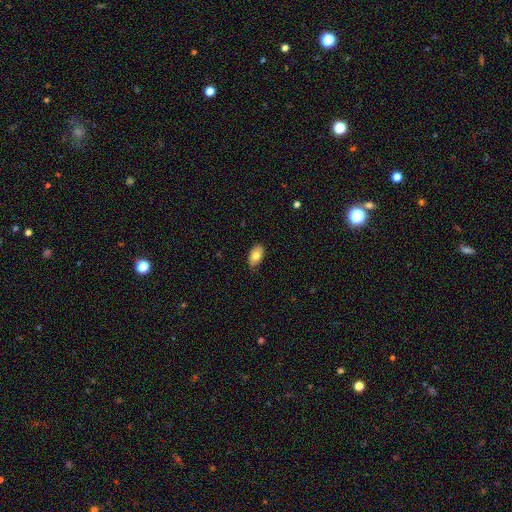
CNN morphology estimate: smooth-or-featured: smooth: 78% | featured or disk: 15% | star or artifact: 7%
  how-rounded: in between: 92% | round: 5% | cigar-shaped: 2%
  merging: none: 82% | minor disturbance: 15% | major disturbance: 2% | merger: 1%